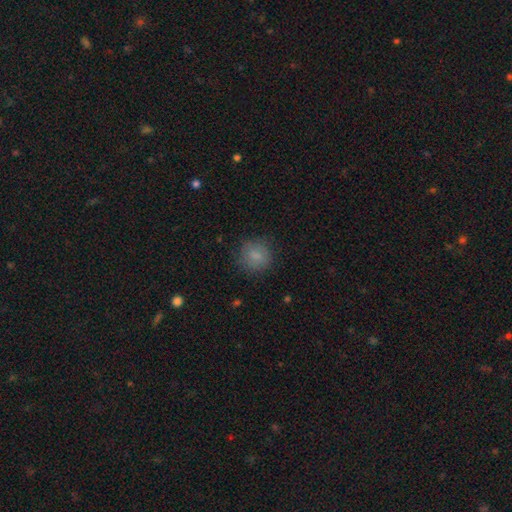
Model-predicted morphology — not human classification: Smooth or featured: smooth — 83% (star or artifact — 9%)
How rounded: round — 88% (in between — 11%)
Merging: none — 82% (minor disturbance — 13%)